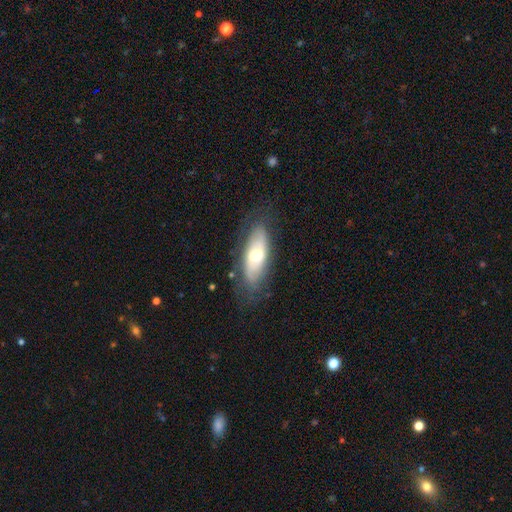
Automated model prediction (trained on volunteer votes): A featured or disk galaxy (50%). Merging: none (75%).